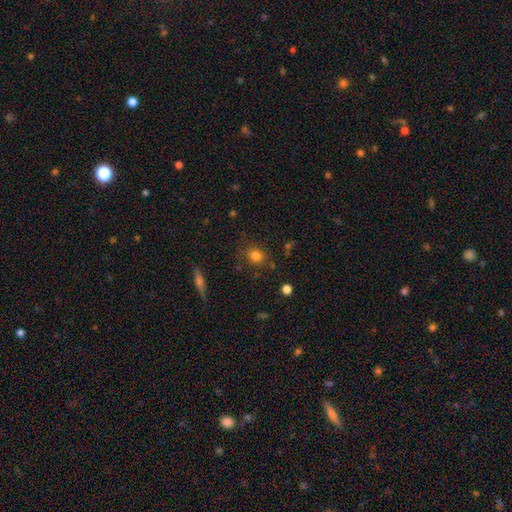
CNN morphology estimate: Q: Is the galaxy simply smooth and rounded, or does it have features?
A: smooth — 80%.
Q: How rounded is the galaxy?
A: round — 68%.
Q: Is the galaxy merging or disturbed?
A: none — 79%.